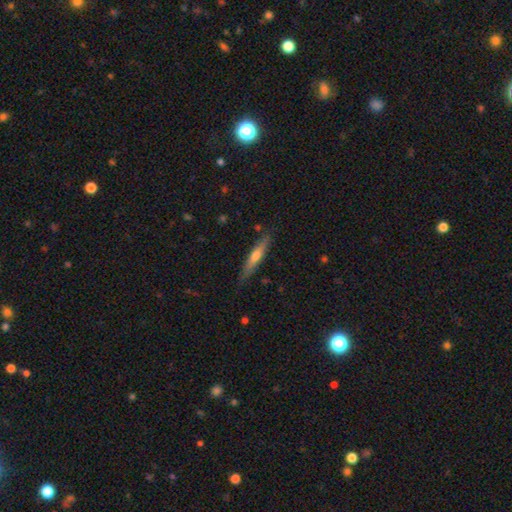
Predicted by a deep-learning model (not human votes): Morphology: type=featured or disk (50%); edge-on=yes (92%); merging=none (82%).